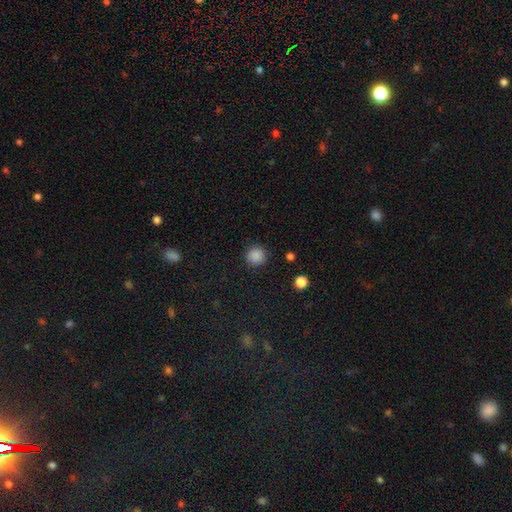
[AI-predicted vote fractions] Q: Smooth or featured?
A: smooth (87%); runner-up: star or artifact (10%)
Q: How rounded?
A: round (94%); runner-up: in between (5%)
Q: Merging?
A: none (90%); runner-up: minor disturbance (6%)